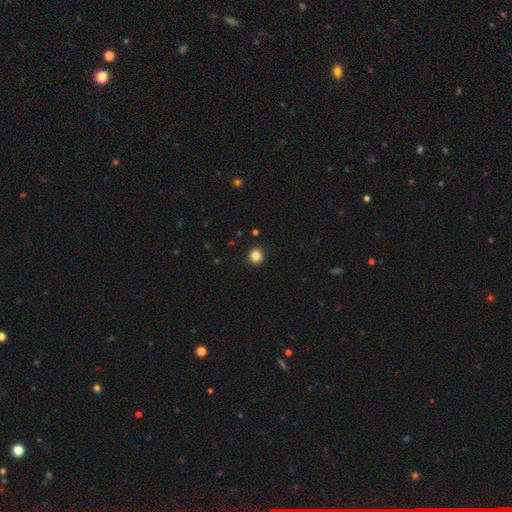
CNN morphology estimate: Smooth or featured?
  - smooth: 85% *
  - star or artifact: 11%
  - featured or disk: 4%
How rounded?
  - round: 87% *
  - in between: 12%
  - cigar-shaped: 1%
Merging?
  - none: 92% *
  - minor disturbance: 5%
  - major disturbance: 2%
  - merger: 1%